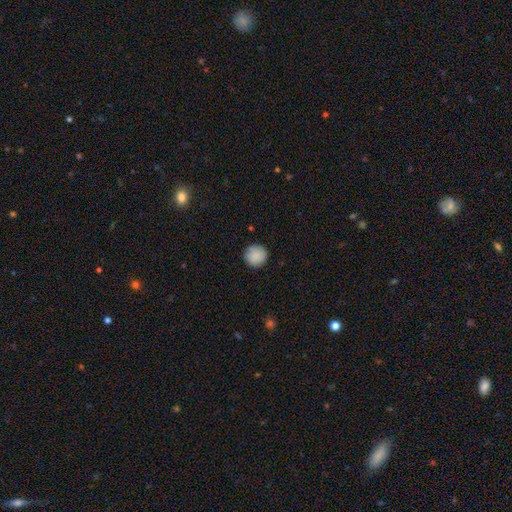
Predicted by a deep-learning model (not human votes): Smooth or featured: smooth — 89% (star or artifact — 7%)
How rounded: round — 94% (in between — 5%)
Merging: none — 89% (minor disturbance — 8%)